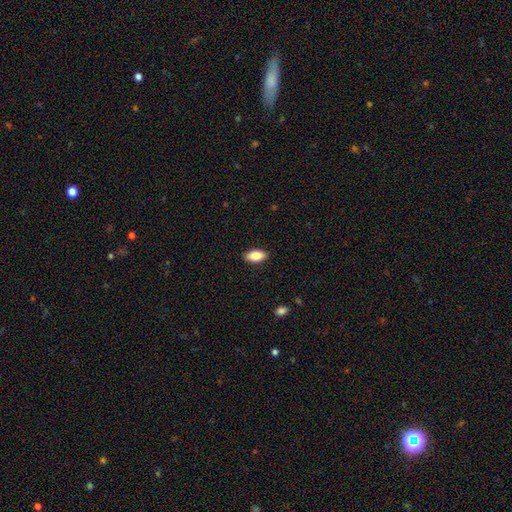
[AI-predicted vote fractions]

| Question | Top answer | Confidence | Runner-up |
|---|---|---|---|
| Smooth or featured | smooth | 85% | featured or disk (8%) |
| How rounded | in between | 90% | cigar-shaped (7%) |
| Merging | none | 89% | minor disturbance (8%) |